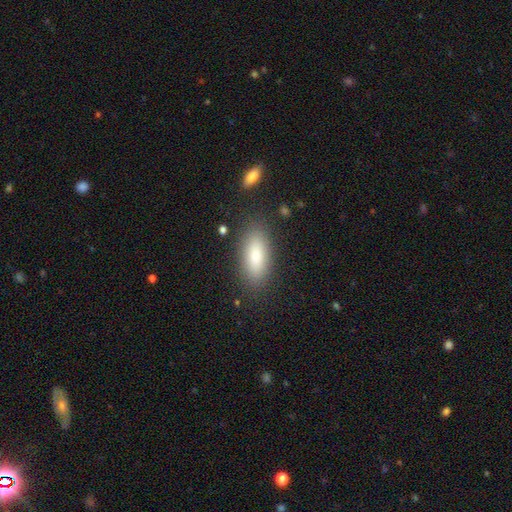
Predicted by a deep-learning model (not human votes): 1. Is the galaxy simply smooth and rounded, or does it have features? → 80% smooth, 12% featured or disk, 7% star or artifact.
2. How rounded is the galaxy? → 80% in between, 17% cigar-shaped, 3% round.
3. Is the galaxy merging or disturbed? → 84% none, 10% minor disturbance, 3% major disturbance, 2% merger.